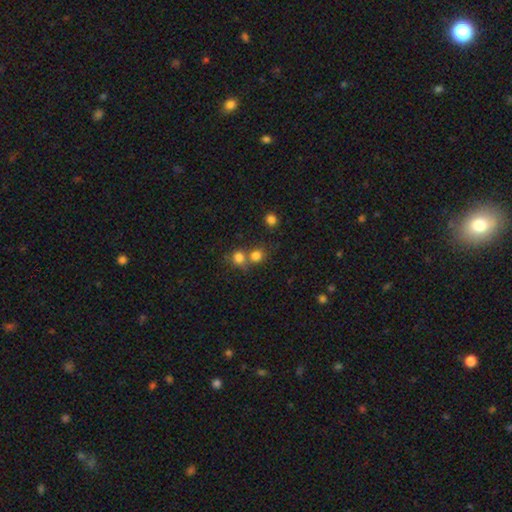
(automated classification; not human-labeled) This is likely a smooth galaxy (79%). How rounded: clearly round (81%). Merging: possibly none (48%).